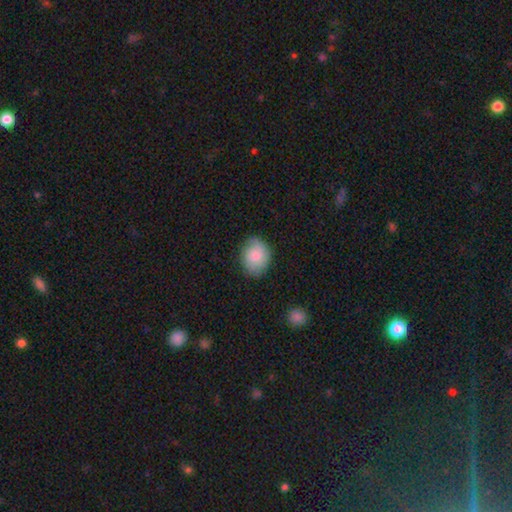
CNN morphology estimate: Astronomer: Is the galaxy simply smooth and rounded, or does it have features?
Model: smooth — 79%.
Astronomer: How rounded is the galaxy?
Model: round — 52% (runner-up: in between, 47%).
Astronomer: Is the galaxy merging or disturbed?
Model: none — 77%.